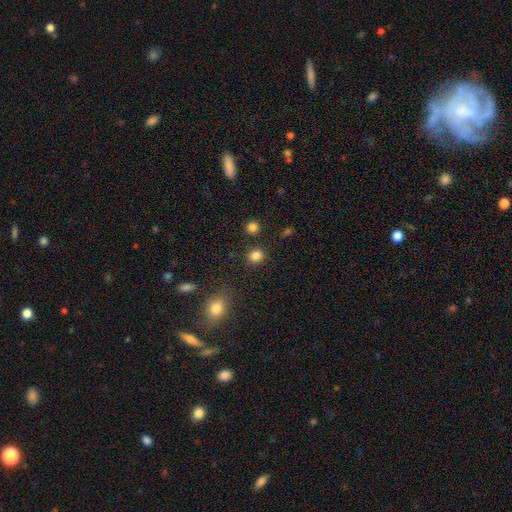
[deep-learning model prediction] Morphology: type=smooth (84%); roundness=round (87%); merging=none (87%).